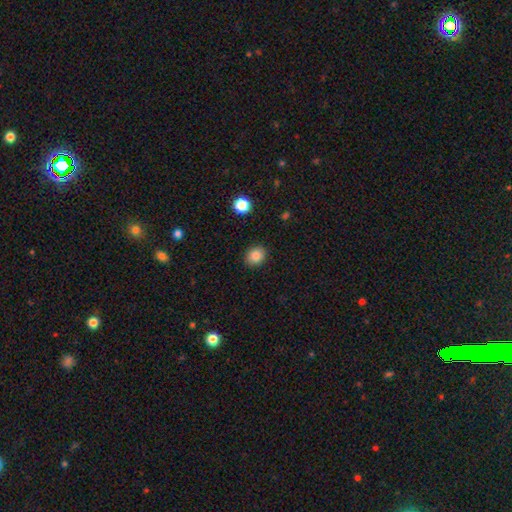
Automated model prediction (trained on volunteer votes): The model was most divided on "how rounded": round: 64%, in between: 35%, cigar-shaped: 1%. More confident: merging — none (89%); smooth or featured — smooth (85%).